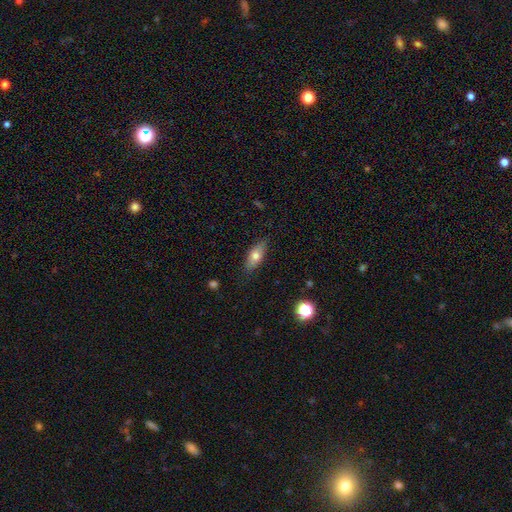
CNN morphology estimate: Overall: smooth (70%). How rounded: in between (77%). Merging: none (83%).